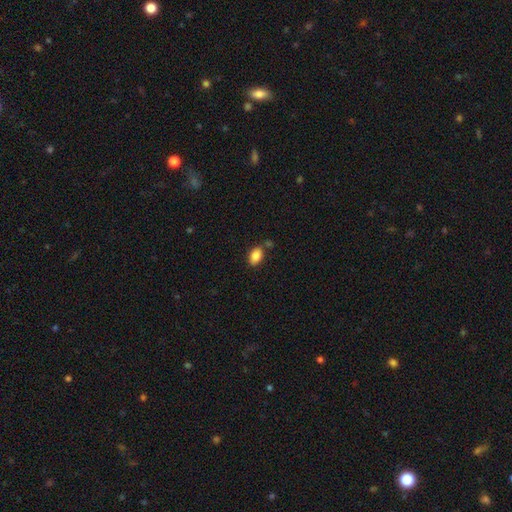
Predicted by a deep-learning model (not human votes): Q: Smooth or featured?
A: smooth (87%); runner-up: star or artifact (8%)
Q: How rounded?
A: in between (87%); runner-up: round (11%)
Q: Merging?
A: none (72%); runner-up: minor disturbance (14%)